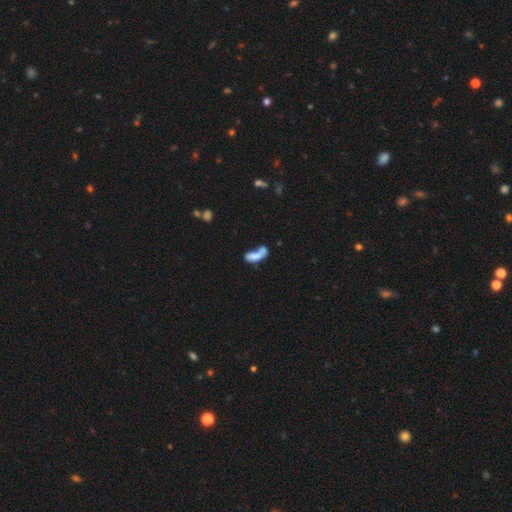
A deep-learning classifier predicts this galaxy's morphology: Smooth or featured?
  - smooth: 63% *
  - featured or disk: 27%
  - star or artifact: 10%
How rounded?
  - in between: 73% *
  - cigar-shaped: 22%
  - round: 5%
Merging?
  - merger: 53% *
  - none: 20%
  - major disturbance: 15%
  - minor disturbance: 12%